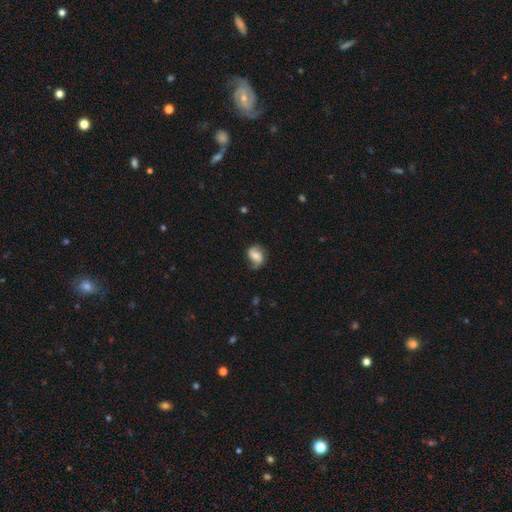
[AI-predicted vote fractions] This appears to be a smooth galaxy with no disk features (48%). Merging: none (61%).